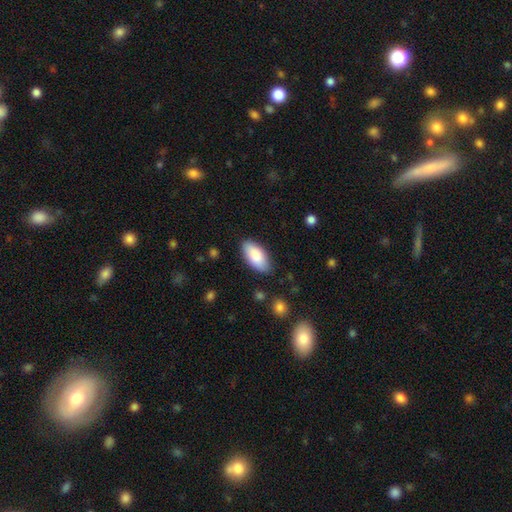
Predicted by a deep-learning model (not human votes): This is clearly a smooth galaxy (85%). How rounded: clearly in between (92%). Merging: clearly none (85%).